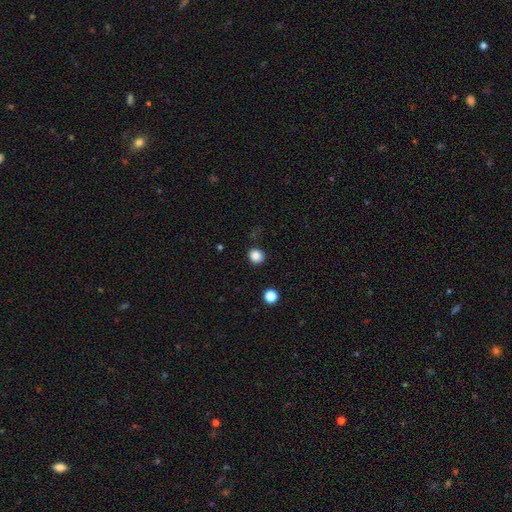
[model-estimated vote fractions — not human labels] This appears to be a smooth galaxy with no disk features (85%) that is round (85%). Merging: none (88%).